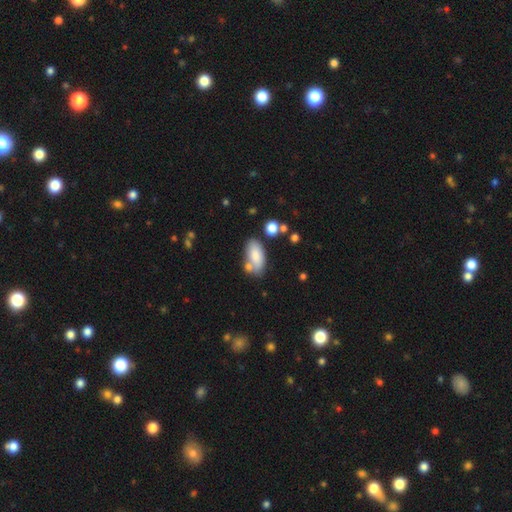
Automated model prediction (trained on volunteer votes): This is clearly a smooth galaxy (81%). How rounded: clearly in between (91%). Merging: possibly none (58%).